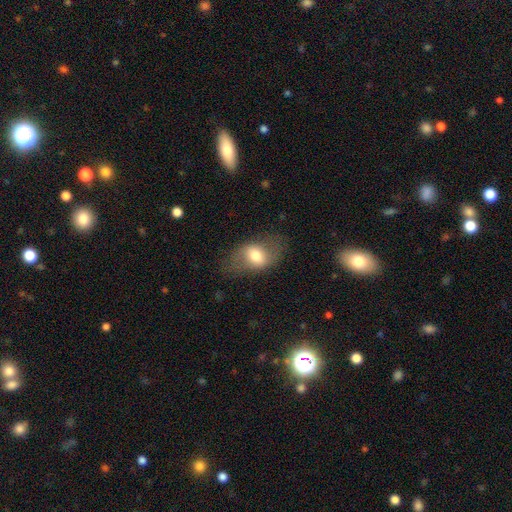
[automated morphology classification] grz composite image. It shows a smooth galaxy with no disk features (61%) that is in between round and cigar-shaped (81%). Merging: none (71%).